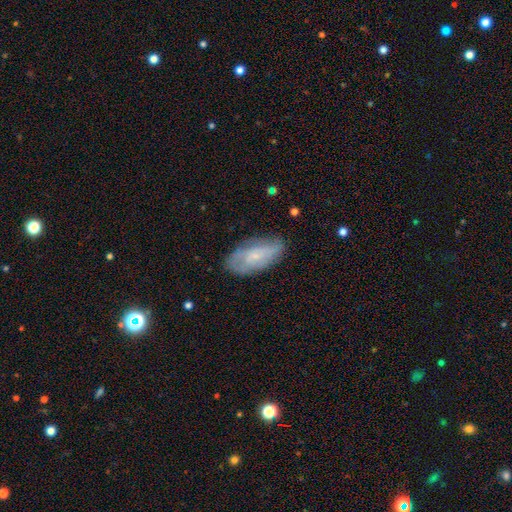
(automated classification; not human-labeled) smooth-or-featured: smooth: 49% | featured or disk: 44% | star or artifact: 7%
  merging: none: 71% | minor disturbance: 22% | major disturbance: 6% | merger: 1%